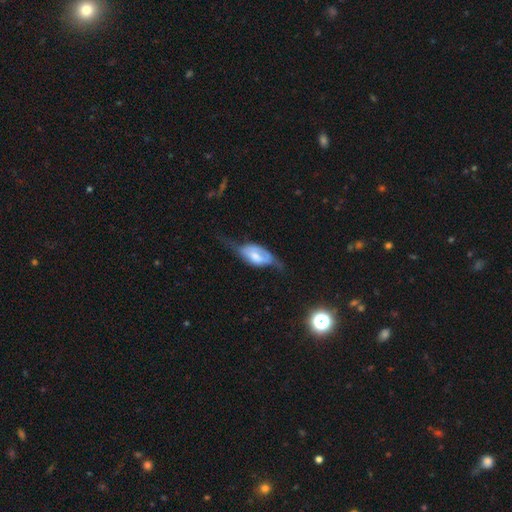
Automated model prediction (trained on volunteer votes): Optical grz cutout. It shows a featured or disk galaxy (56%). Merging: major disturbance (38%).